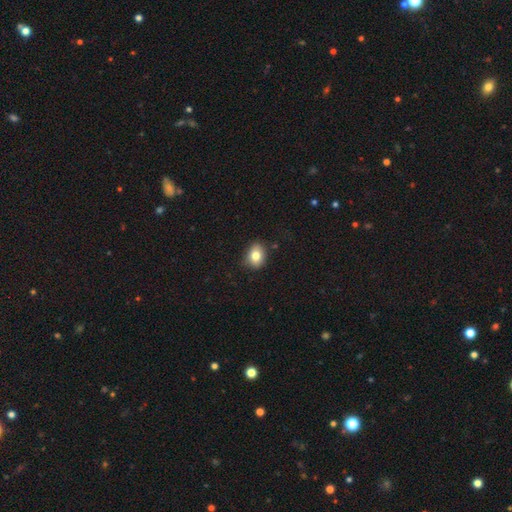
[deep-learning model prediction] Smooth or featured? smooth (79%)
How rounded? in between (54%)
Merging? none (81%)